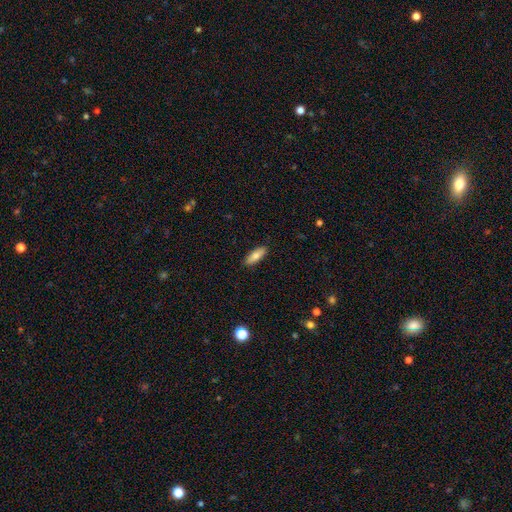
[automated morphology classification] Overall: smooth (77%). How rounded: in between (58%; cigar-shaped 40%). Merging: none (89%).